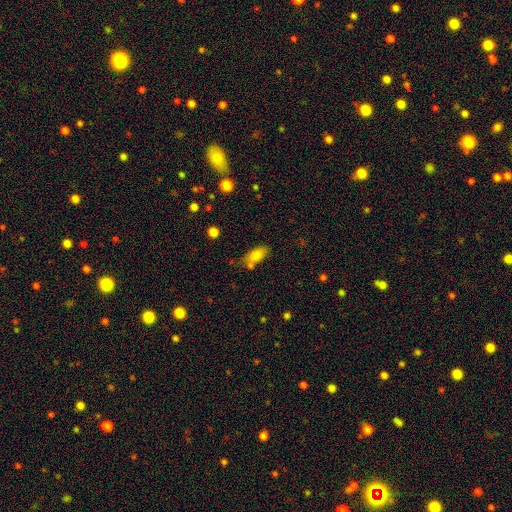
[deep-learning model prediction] smooth 81%, featured or disk 10%, star or artifact 9%. Down the decision tree: how rounded — in between (85%); merging — none (54%).